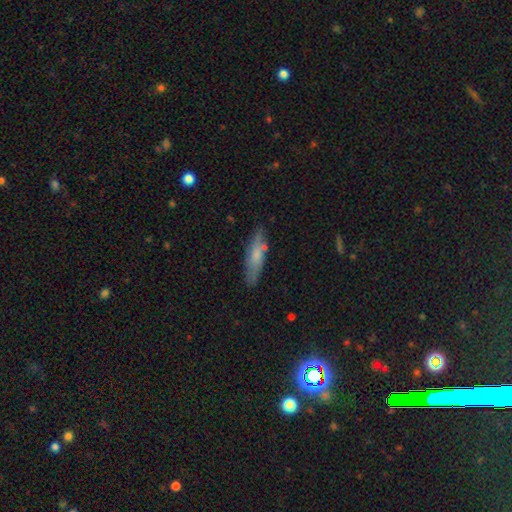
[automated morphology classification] The model was most divided on "how rounded": cigar-shaped: 69%, in between: 29%, round: 2%. More confident: merging — none (79%); smooth or featured — smooth (67%).